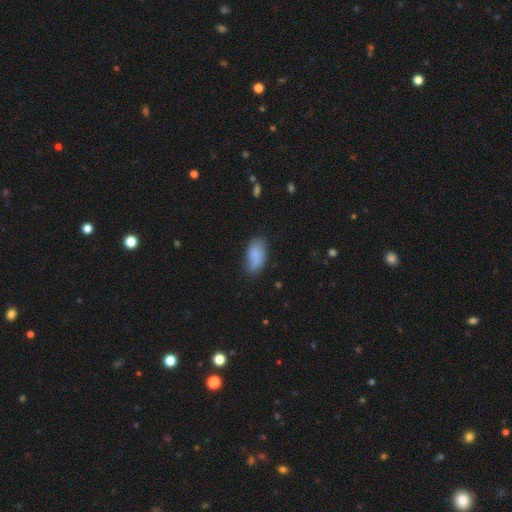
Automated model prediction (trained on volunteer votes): A smooth galaxy with no disk features (82%) that is in between round and cigar-shaped (93%).

Vote fractions:
- Smooth or featured? smooth: 82% / featured or disk: 11% / star or artifact: 7%
- How rounded? in between: 93% / cigar-shaped: 4% / round: 3%
- Merging? none: 65% / minor disturbance: 26% / major disturbance: 6% / merger: 3%